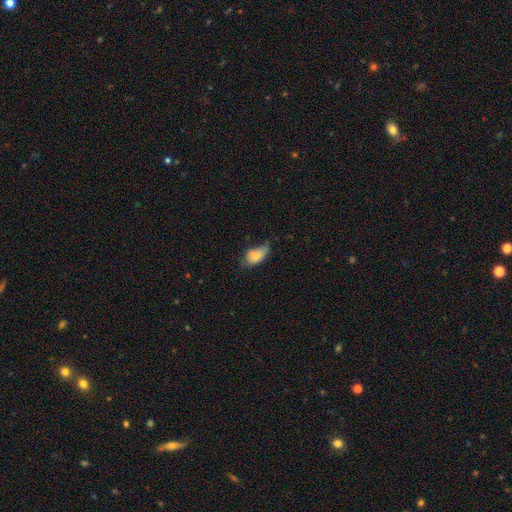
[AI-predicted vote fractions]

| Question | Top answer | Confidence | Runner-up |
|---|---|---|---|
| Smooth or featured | smooth | 74% | featured or disk (17%) |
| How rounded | in between | 91% | round (6%) |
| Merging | minor disturbance | 40% | none (33%) |